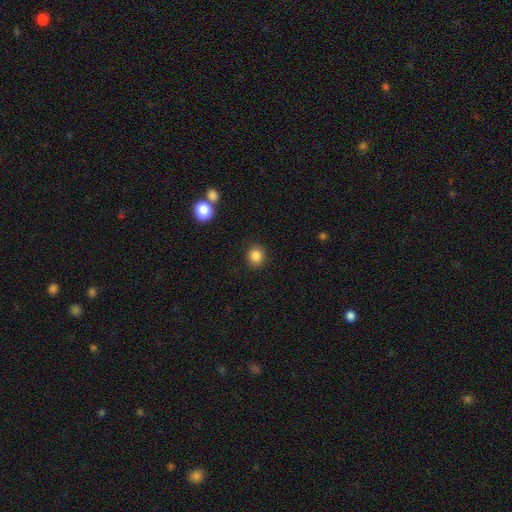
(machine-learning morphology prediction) Smooth or featured?
  - smooth: 85% *
  - star or artifact: 11%
  - featured or disk: 4%
How rounded?
  - round: 82% *
  - in between: 17%
  - cigar-shaped: 1%
Merging?
  - none: 89% *
  - minor disturbance: 7%
  - major disturbance: 2%
  - merger: 2%